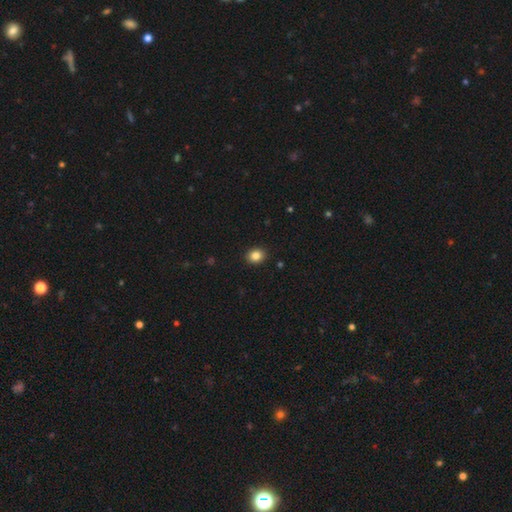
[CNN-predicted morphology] A smooth galaxy with no disk features (85%) that is round (64%). Merging: none (91%).